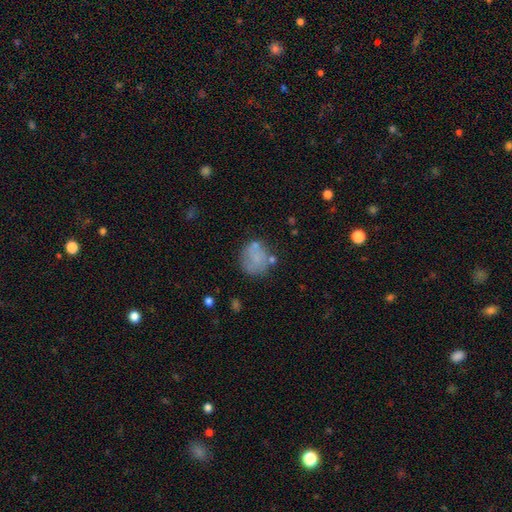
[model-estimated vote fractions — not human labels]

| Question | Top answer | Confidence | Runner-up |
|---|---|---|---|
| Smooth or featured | smooth | 68% | featured or disk (20%) |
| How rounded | round | 79% | in between (20%) |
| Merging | none | 59% | minor disturbance (21%) |